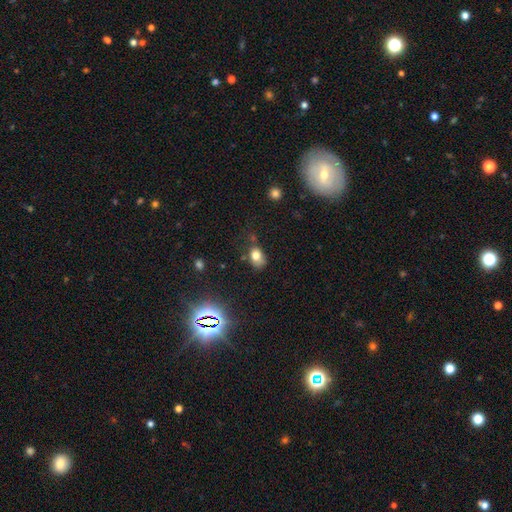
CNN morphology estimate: type=smooth (77%); roundness=in between (71%); merging=none (54%).